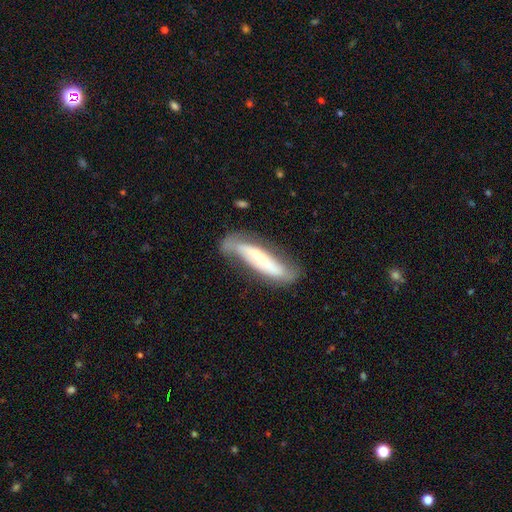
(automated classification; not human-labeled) A featured or disk galaxy (69%).

Vote fractions:
- Smooth or featured? featured or disk: 69% / smooth: 24% / star or artifact: 7%
- Edge-on disk? no: 66% / yes: 34%
- Merging? none: 66% / minor disturbance: 22% / major disturbance: 9% / merger: 2%